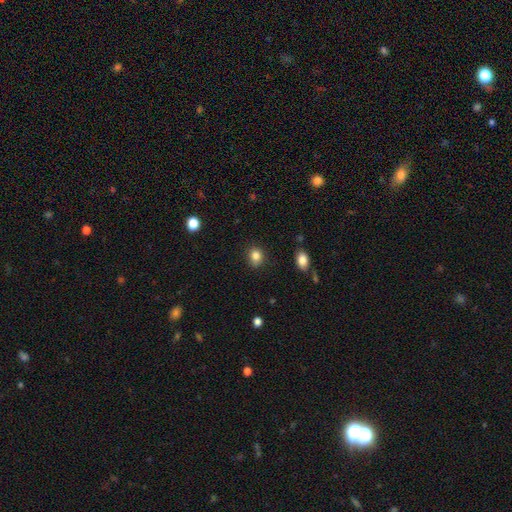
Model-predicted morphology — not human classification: The model was most divided on "how rounded": round: 65%, in between: 34%, cigar-shaped: 1%. More confident: merging — none (85%); smooth or featured — smooth (84%).